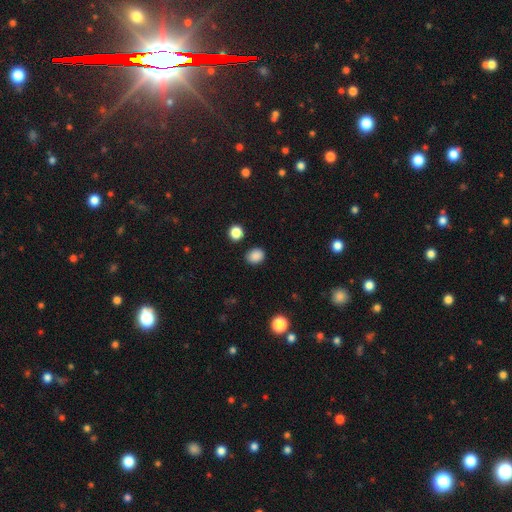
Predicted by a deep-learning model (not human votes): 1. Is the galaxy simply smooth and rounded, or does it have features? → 87% smooth, 10% star or artifact, 3% featured or disk.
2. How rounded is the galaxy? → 52% round, 47% in between, 1% cigar-shaped.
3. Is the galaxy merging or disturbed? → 86% none, 9% minor disturbance, 2% major disturbance, 2% merger.